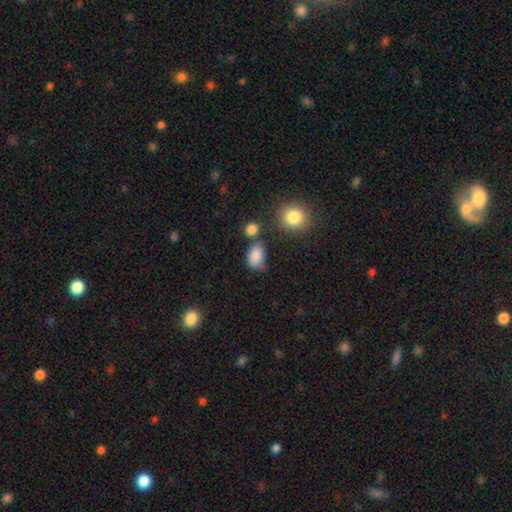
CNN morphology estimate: Smooth or featured?
  - smooth: 85% *
  - star or artifact: 10%
  - featured or disk: 5%
How rounded?
  - in between: 76% *
  - round: 22%
  - cigar-shaped: 2%
Merging?
  - none: 50% *
  - minor disturbance: 27%
  - merger: 13%
  - major disturbance: 9%